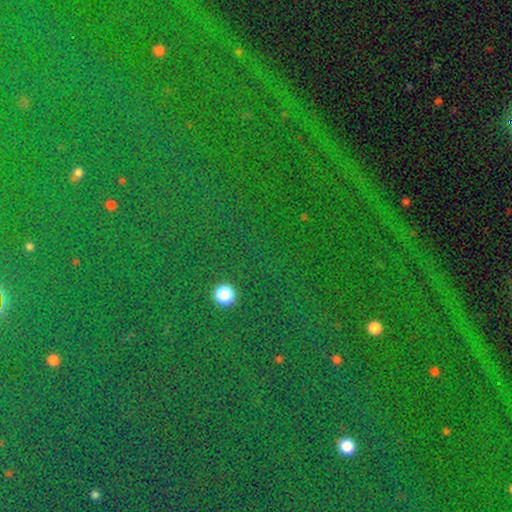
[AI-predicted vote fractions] Morphology: type=star or artifact (82%).